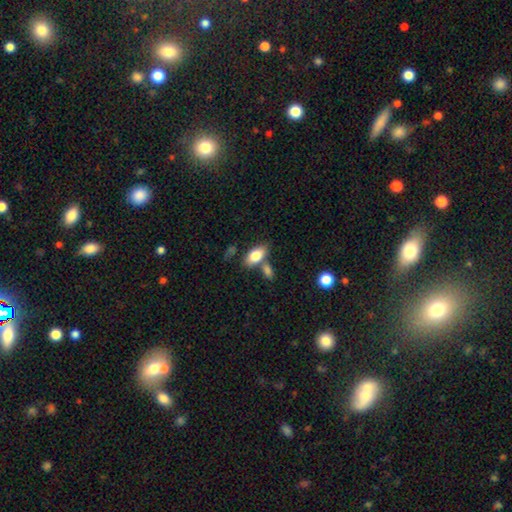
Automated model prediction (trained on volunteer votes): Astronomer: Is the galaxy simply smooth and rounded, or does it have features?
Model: smooth — 81%.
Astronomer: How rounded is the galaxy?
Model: in between — 89%.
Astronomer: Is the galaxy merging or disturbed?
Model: none — 58%.